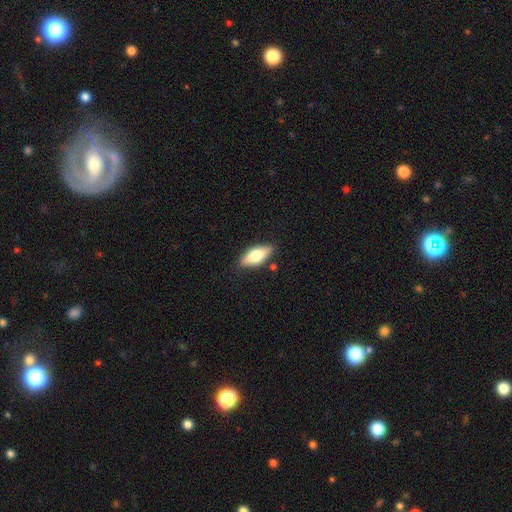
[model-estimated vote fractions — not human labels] A smooth galaxy with no disk features (64%) that is in between round and cigar-shaped (77%).

Vote fractions:
- Smooth or featured? smooth: 64% / featured or disk: 29% / star or artifact: 6%
- How rounded? in between: 77% / cigar-shaped: 20% / round: 3%
- Merging? none: 84% / minor disturbance: 12% / major disturbance: 2% / merger: 2%